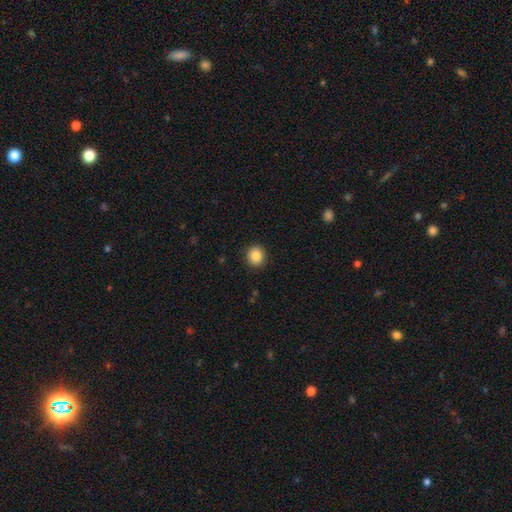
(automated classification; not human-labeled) A smooth galaxy with no disk features (86%) that is round (87%).

Vote fractions:
- Smooth or featured? smooth: 86% / star or artifact: 9% / featured or disk: 4%
- How rounded? round: 87% / in between: 12% / cigar-shaped: 1%
- Merging? none: 92% / minor disturbance: 6% / major disturbance: 2% / merger: 1%